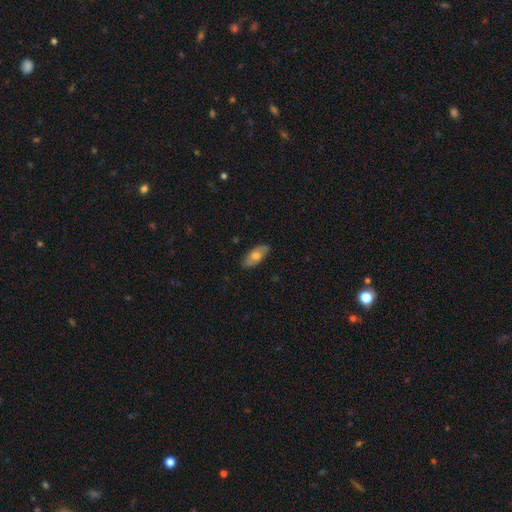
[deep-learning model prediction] This appears to be a smooth galaxy with no disk features (64%) that is in between round and cigar-shaped (89%). Merging: none (84%).